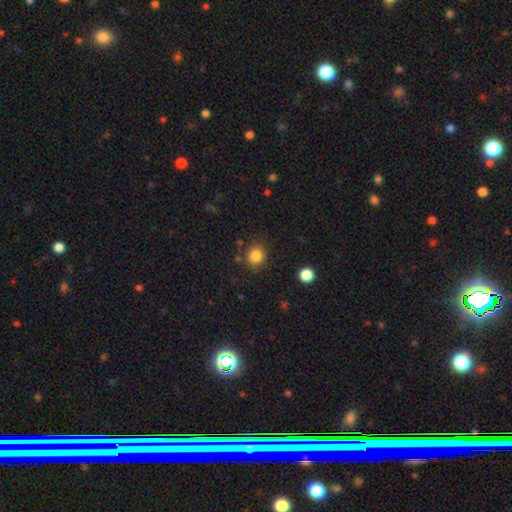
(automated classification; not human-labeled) Q: Smooth or featured?
A: smooth (84%); runner-up: star or artifact (11%)
Q: How rounded?
A: round (82%); runner-up: in between (17%)
Q: Merging?
A: none (86%); runner-up: minor disturbance (8%)